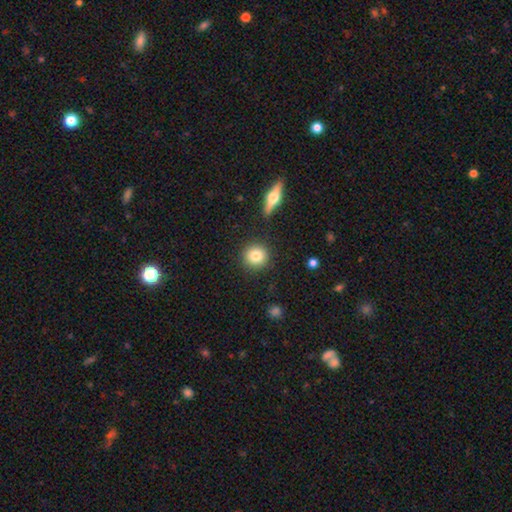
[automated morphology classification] smooth 82%, featured or disk 10%, star or artifact 8%. Down the decision tree: how rounded — round (92%); merging — none (88%).